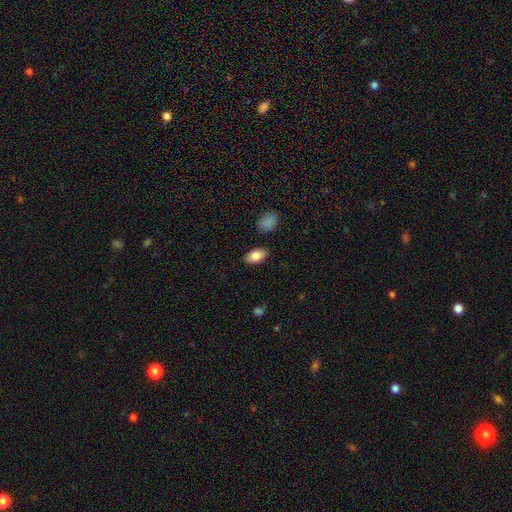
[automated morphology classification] smooth_or_featured: smooth (p=0.84) [alt: featured or disk p=0.09]
how_rounded: in between (p=0.93) [alt: round p=0.05]
merging: none (p=0.86) [alt: minor disturbance p=0.10]